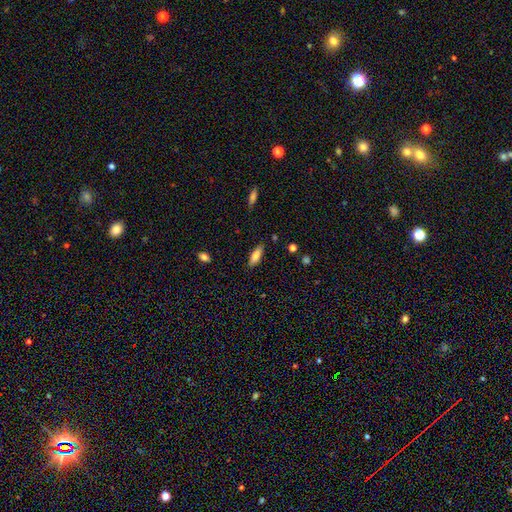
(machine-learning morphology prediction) A smooth galaxy with no disk features (76%) that is in between round and cigar-shaped (61%). Merging: none (85%).